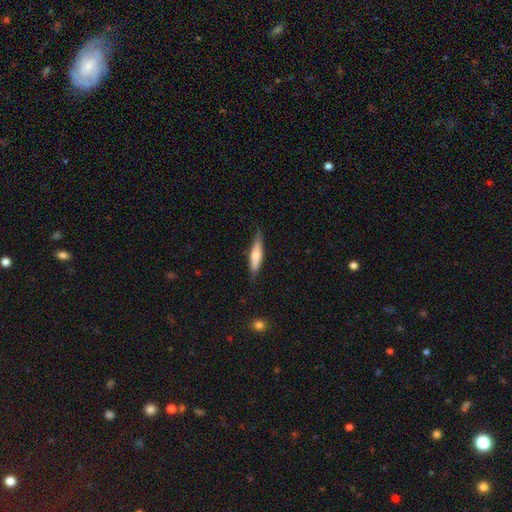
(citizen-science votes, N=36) Smooth or featured?
  - smooth: 86% *
  - featured or disk: 11%
  - star or artifact: 3%
How rounded?
  - cigar-shaped: 65% *
  - in between: 32%
  - round: 3%
Merging?
  - none: 89% *
  - major disturbance: 6%
  - minor disturbance: 3%
  - merger: 3%